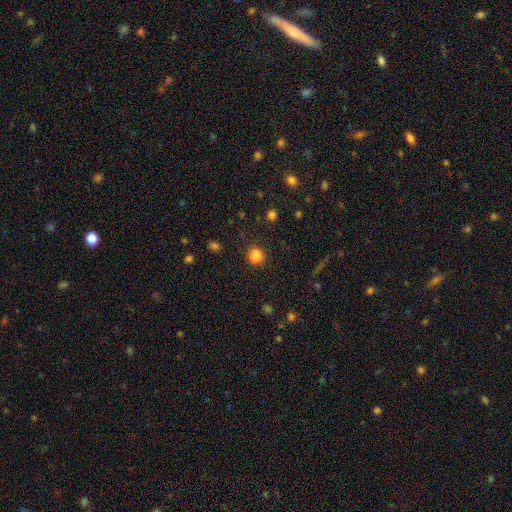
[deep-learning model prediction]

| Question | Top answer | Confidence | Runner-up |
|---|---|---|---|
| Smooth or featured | smooth | 83% | star or artifact (13%) |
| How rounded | round | 88% | in between (11%) |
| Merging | none | 85% | minor disturbance (10%) |